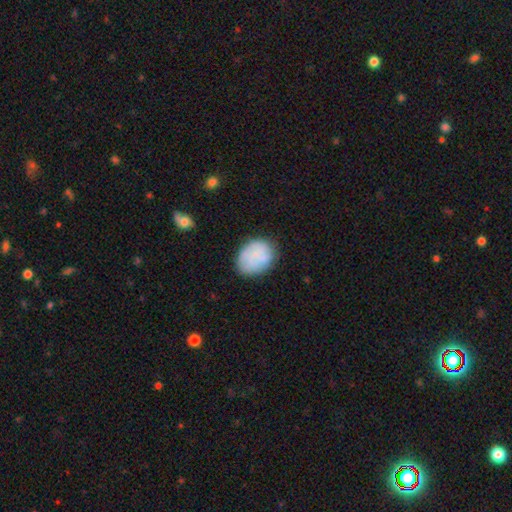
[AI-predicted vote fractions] This is likely a smooth galaxy (68%). How rounded: possibly in between (59%). Merging: likely none (68%).